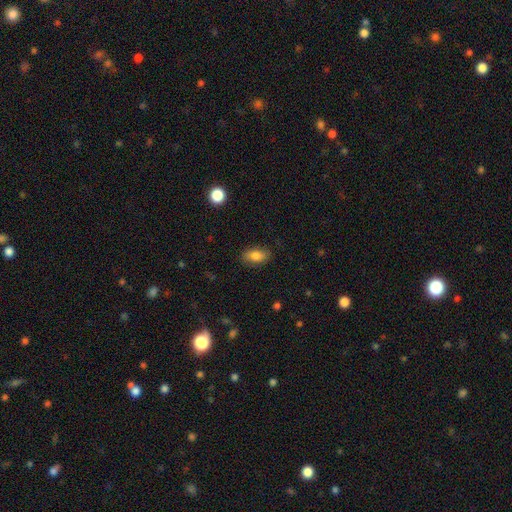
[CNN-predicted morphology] A smooth galaxy with no disk features (79%) that is in between round and cigar-shaped (88%).

Vote fractions:
- Smooth or featured? smooth: 79% / featured or disk: 13% / star or artifact: 8%
- How rounded? in between: 88% / round: 7% / cigar-shaped: 5%
- Merging? none: 83% / minor disturbance: 13% / major disturbance: 3% / merger: 1%